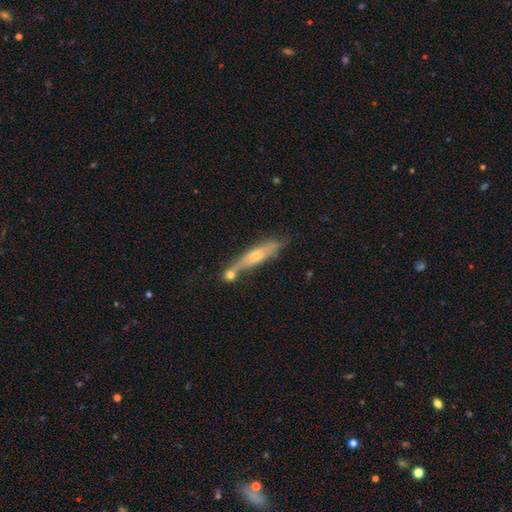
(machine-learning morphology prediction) Overall: featured or disk (56%; smooth 35%). Edge-on disk: yes (82%). Merging: none (50%; merger 25%).